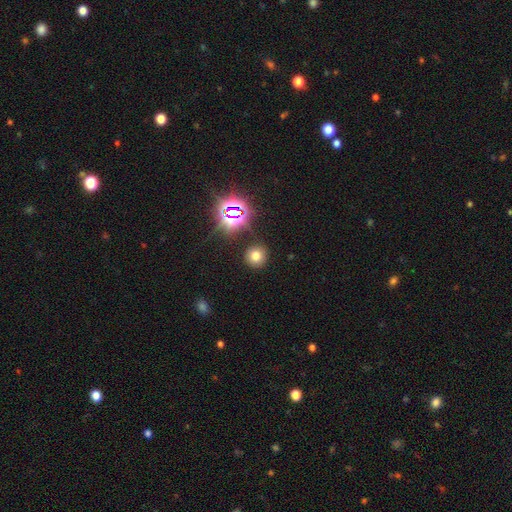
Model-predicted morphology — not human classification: smooth 68%, star or artifact 24%, featured or disk 9%. Down the decision tree: how rounded — round (91%); merging — none (87%).